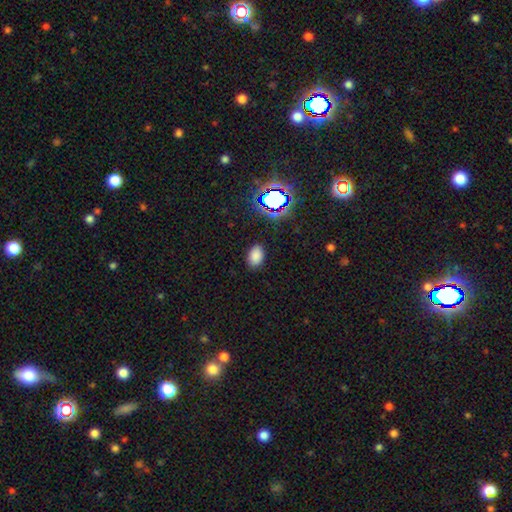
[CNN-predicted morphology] smooth-or-featured: smooth: 79% | star or artifact: 16% | featured or disk: 5%
  how-rounded: in between: 85% | round: 14% | cigar-shaped: 1%
  merging: none: 86% | minor disturbance: 10% | major disturbance: 3% | merger: 1%